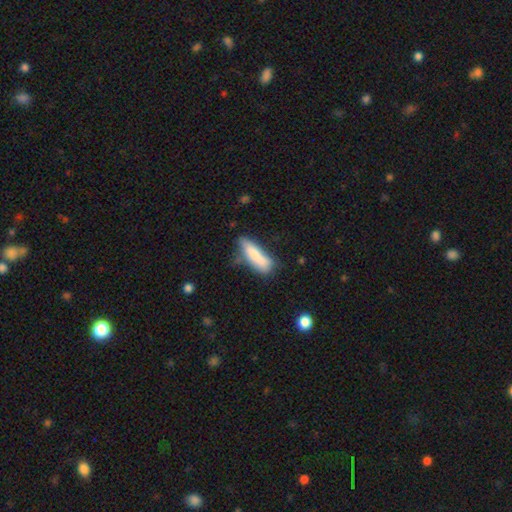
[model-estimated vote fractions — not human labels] The model was most divided on "how rounded": cigar-shaped: 59%, in between: 39%, round: 2%. More confident: smooth or featured — smooth (75%); merging — none (53%).